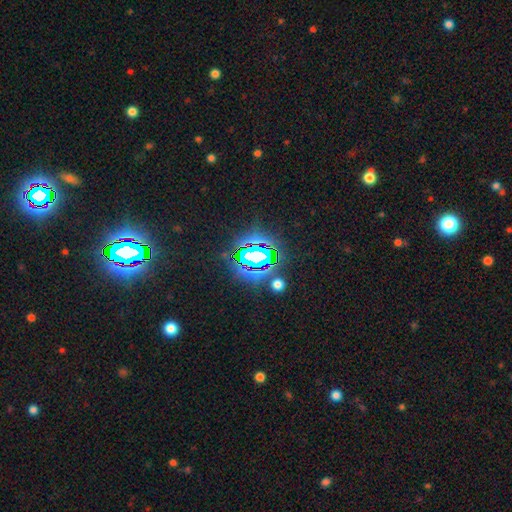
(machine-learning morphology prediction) The model was most divided on "smooth or featured": star or artifact: 78%, smooth: 13%, featured or disk: 10%.